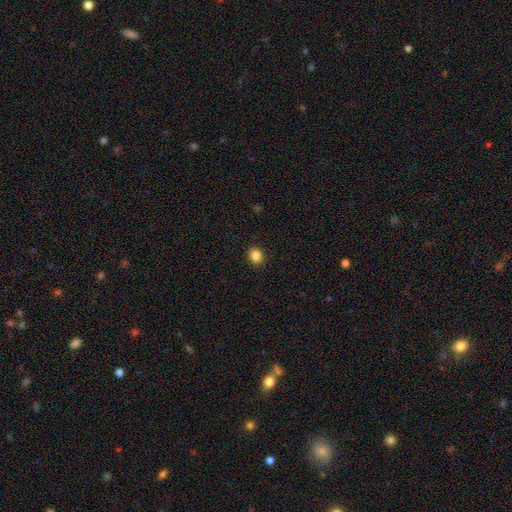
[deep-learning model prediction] Smooth or featured? Predicted: smooth (p=0.86). How rounded? Predicted: round (p=0.72). Merging? Predicted: none (p=0.91).